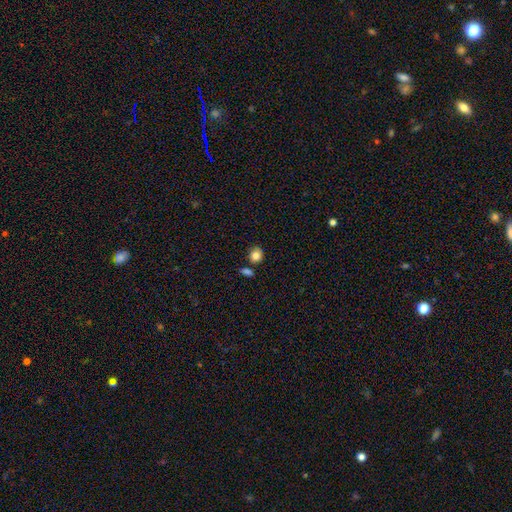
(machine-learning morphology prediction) type=smooth (84%); roundness=round (80%); merging=none (74%).